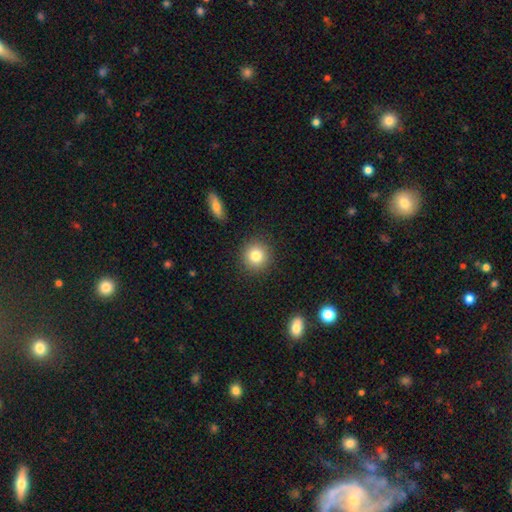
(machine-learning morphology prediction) smooth 82%, star or artifact 10%, featured or disk 8%. Down the decision tree: how rounded — round (92%); merging — none (90%).